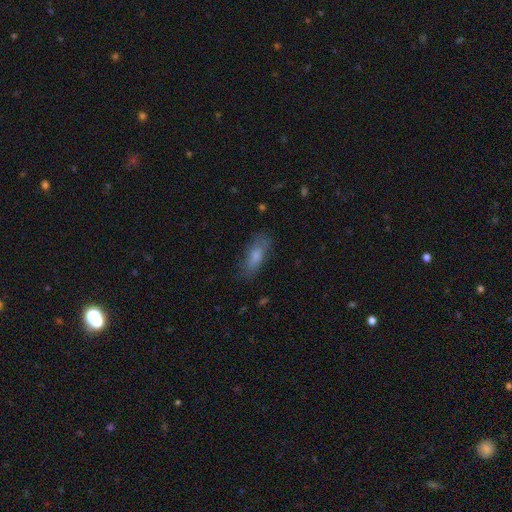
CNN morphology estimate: A smooth galaxy with no disk features (76%) that is in between round and cigar-shaped (72%). Merging: none (72%).